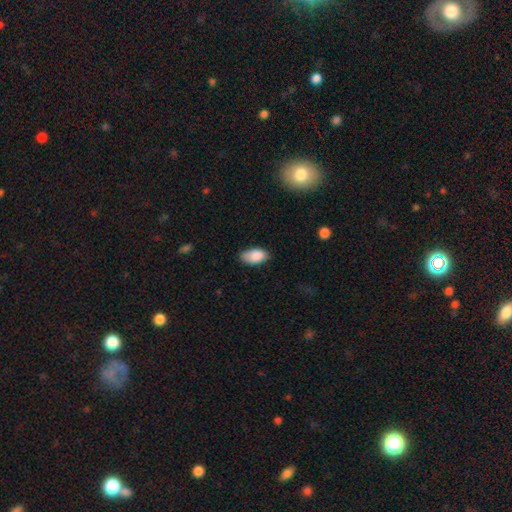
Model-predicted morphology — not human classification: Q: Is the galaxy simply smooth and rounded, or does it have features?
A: smooth — 88%.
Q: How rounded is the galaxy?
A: in between — 94%.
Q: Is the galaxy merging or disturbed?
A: none — 73%.